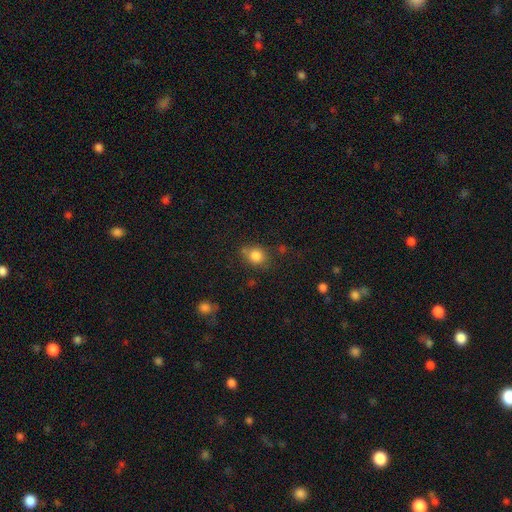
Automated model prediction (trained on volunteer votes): Overall: smooth (83%). How rounded: round (67%; in between 32%). Merging: none (67%).